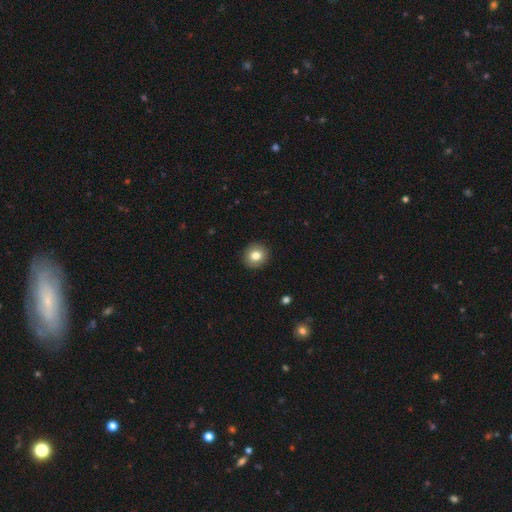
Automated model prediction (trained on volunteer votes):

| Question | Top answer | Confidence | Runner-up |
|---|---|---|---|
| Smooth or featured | smooth | 81% | featured or disk (10%) |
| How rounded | round | 88% | in between (12%) |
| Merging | none | 92% | minor disturbance (5%) |